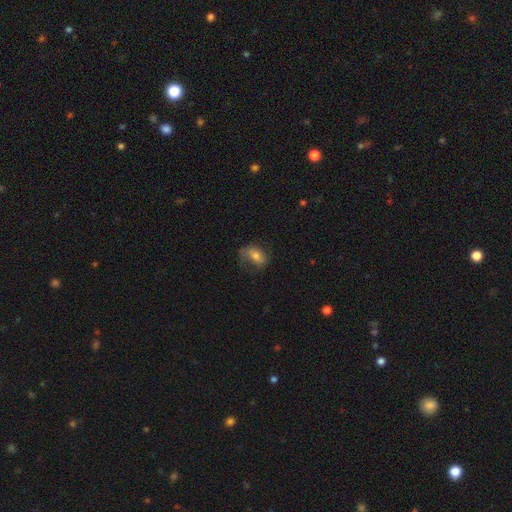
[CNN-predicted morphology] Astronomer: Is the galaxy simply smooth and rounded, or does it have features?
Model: smooth — 63%.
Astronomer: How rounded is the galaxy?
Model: in between — 80%.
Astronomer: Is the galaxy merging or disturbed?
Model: none — 50% (runner-up: minor disturbance, 27%).